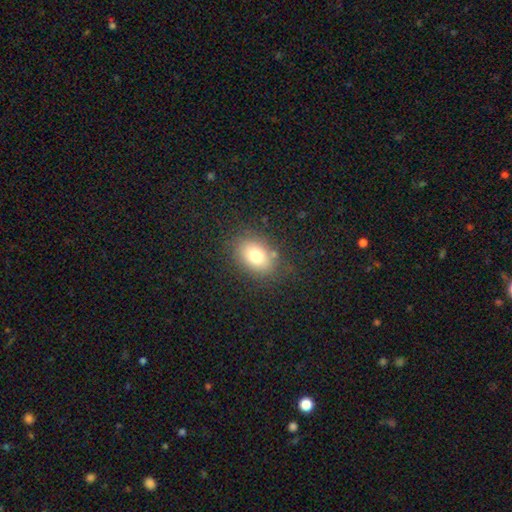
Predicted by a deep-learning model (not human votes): Smooth or featured?
  - smooth: 75% *
  - featured or disk: 13%
  - star or artifact: 12%
How rounded?
  - in between: 72% *
  - round: 27%
  - cigar-shaped: 1%
Merging?
  - none: 81% *
  - minor disturbance: 12%
  - major disturbance: 5%
  - merger: 2%